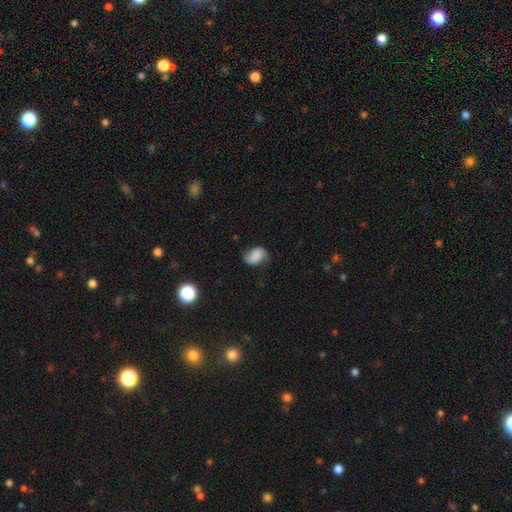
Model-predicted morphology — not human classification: This is possibly a smooth galaxy (49%). Merging: likely none (61%).